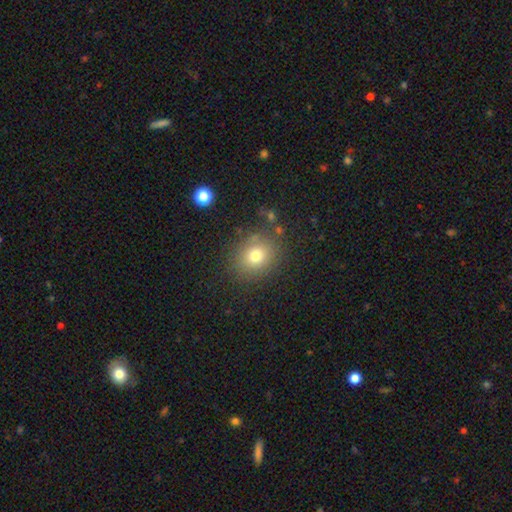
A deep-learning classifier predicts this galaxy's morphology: Smooth or featured: smooth — 75% (star or artifact — 15%)
How rounded: round — 68% (in between — 31%)
Merging: none — 83% (minor disturbance — 11%)